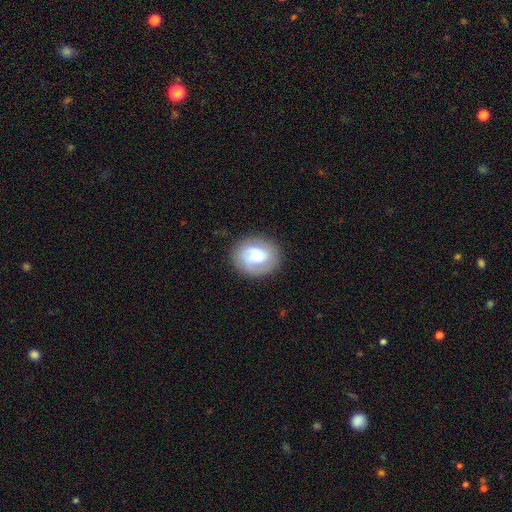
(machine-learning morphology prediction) Overall: smooth (52%; featured or disk 40%). How rounded: round (63%; in between 36%). Merging: none (78%).